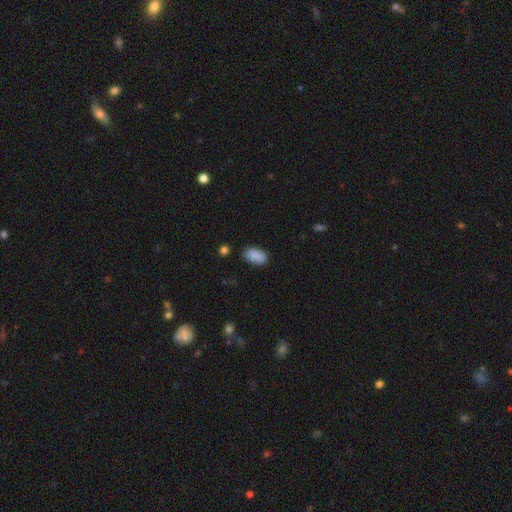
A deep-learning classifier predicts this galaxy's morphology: smooth_or_featured: smooth (p=0.89) [alt: star or artifact p=0.07]
how_rounded: in between (p=0.93) [alt: round p=0.04]
merging: none (p=0.83) [alt: minor disturbance p=0.13]